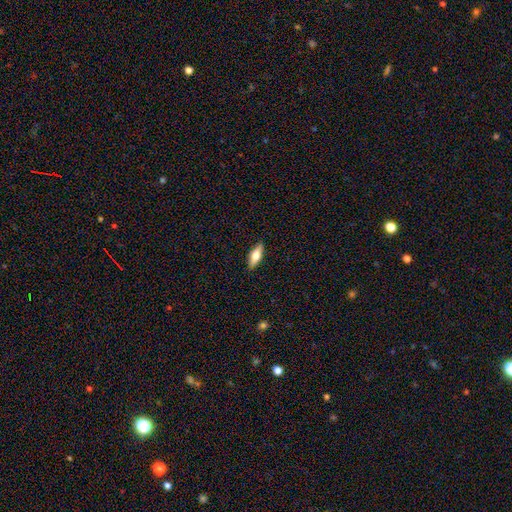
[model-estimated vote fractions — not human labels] A smooth galaxy with no disk features (62%) that is in between round and cigar-shaped (61%).

Vote fractions:
- Smooth or featured? smooth: 62% / featured or disk: 32% / star or artifact: 6%
- How rounded? in between: 61% / cigar-shaped: 37% / round: 3%
- Merging? none: 89% / minor disturbance: 8% / major disturbance: 2% / merger: 1%